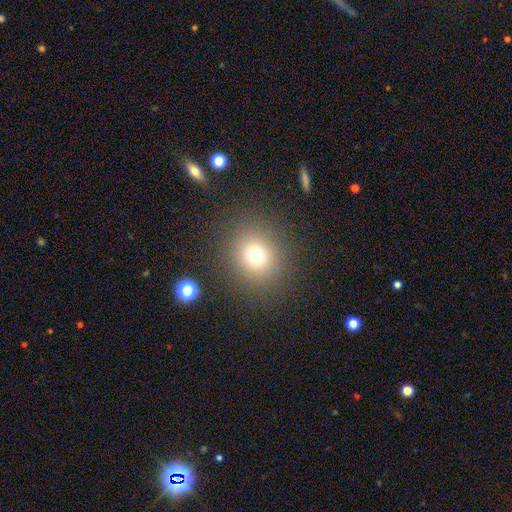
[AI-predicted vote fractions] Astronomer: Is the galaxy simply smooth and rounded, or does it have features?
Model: smooth — 71%.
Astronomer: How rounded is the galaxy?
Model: round — 84%.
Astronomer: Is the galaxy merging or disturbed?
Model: none — 86%.